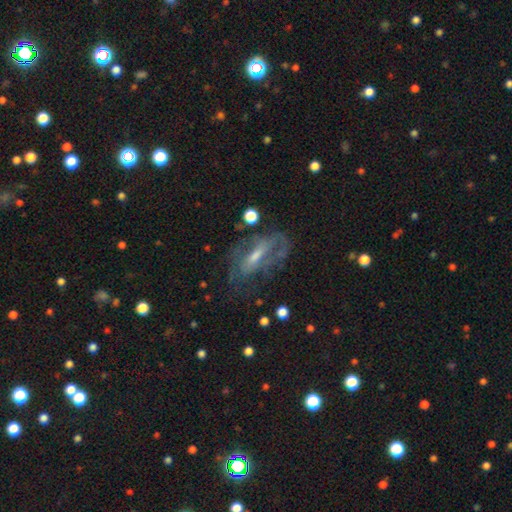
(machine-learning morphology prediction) smooth-or-featured: featured or disk: 69% | smooth: 21% | star or artifact: 9%
  disk-edge-on: no: 86% | yes: 14%
    bar: weak: 41% | no: 35% | strong: 24%
    has-spiral-arms: yes: 68% | no: 32%
    bulge-size: small: 43% | moderate: 41% | none: 8% | large: 6% | dominant: 1%
  merging: none: 52% | major disturbance: 24% | minor disturbance: 21% | merger: 3%